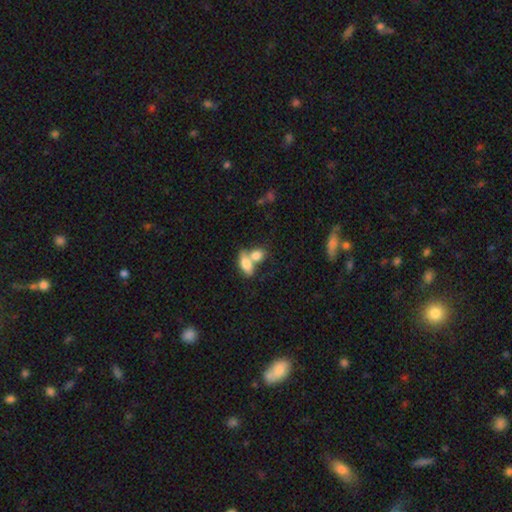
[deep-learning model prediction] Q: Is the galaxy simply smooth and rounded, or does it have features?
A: smooth — 78%.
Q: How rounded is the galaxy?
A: in between — 76%.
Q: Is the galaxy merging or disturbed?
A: merger — 62%.